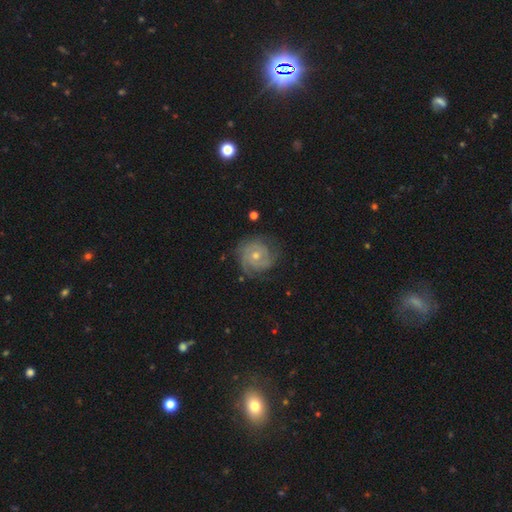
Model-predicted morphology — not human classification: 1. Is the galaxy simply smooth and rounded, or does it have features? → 81% featured or disk, 13% smooth, 6% star or artifact.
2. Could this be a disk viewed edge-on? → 98% no, 2% yes.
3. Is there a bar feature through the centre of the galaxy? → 78% no, 19% weak, 3% strong.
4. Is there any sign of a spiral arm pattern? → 94% yes, 6% no.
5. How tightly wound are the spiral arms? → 70% tight, 24% medium, 6% loose.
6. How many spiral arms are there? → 28% 2 (tied), 28% can't tell (tied), 26% 3, 8% 4, 5% 1, 5% more than 4.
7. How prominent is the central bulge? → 52% moderate, 45% small, 2% large, 1% none, 1% dominant.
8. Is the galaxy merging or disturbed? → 73% none, 19% minor disturbance, 7% major disturbance, 1% merger.